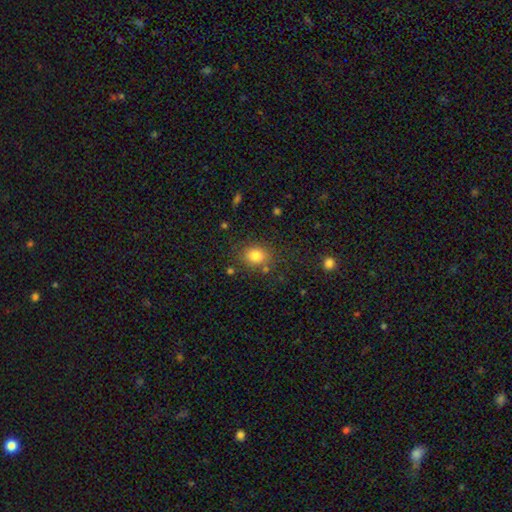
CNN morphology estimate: type=smooth (81%); roundness=round (53%); merging=none (77%).